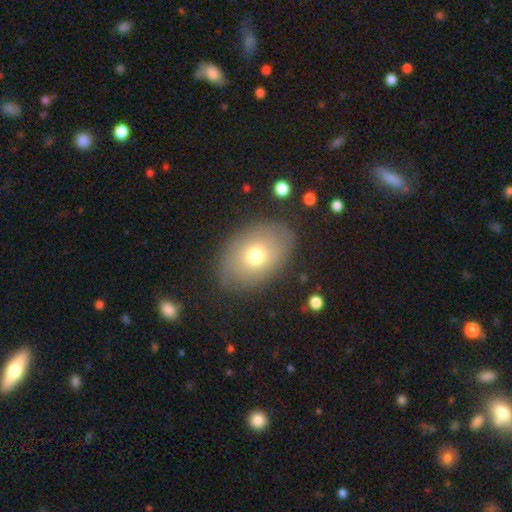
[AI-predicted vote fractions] smooth-or-featured: smooth: 69% | featured or disk: 22% | star or artifact: 10%
  how-rounded: in between: 81% | round: 18% | cigar-shaped: 1%
  merging: none: 82% | minor disturbance: 12% | major disturbance: 4% | merger: 1%